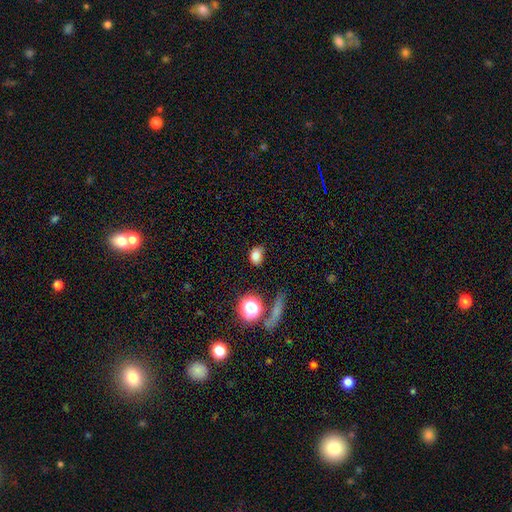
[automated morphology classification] smooth-or-featured: smooth: 81% | star or artifact: 13% | featured or disk: 7%
  how-rounded: in between: 69% | round: 29% | cigar-shaped: 2%
  merging: none: 69% | minor disturbance: 21% | major disturbance: 6% | merger: 4%